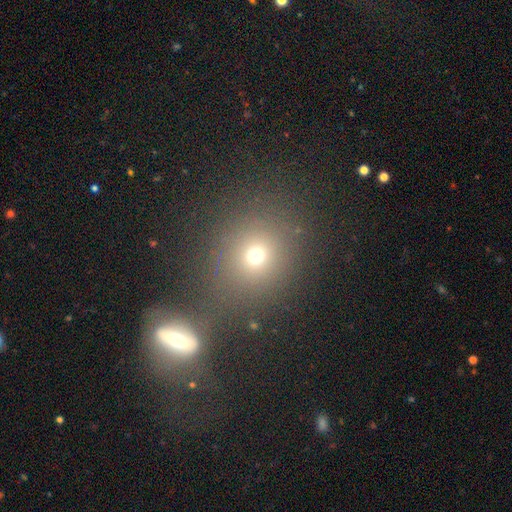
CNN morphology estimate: The model was most divided on "smooth or featured": smooth: 68%, star or artifact: 22%, featured or disk: 10%. More confident: how rounded — round (76%); merging — none (71%).